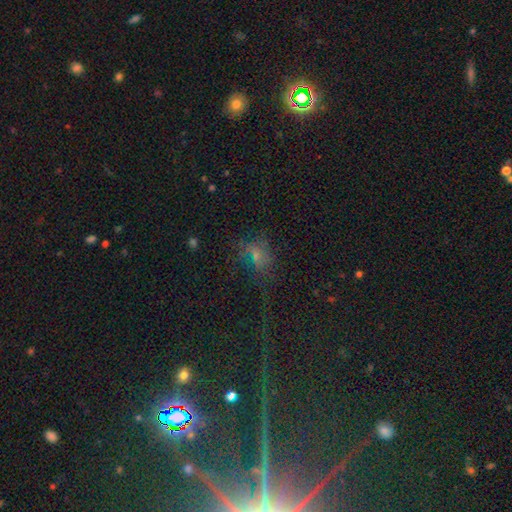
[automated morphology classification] smooth_or_featured: smooth (p=0.44) [alt: star or artifact p=0.35]
merging: none (p=0.47) [alt: major disturbance p=0.29]